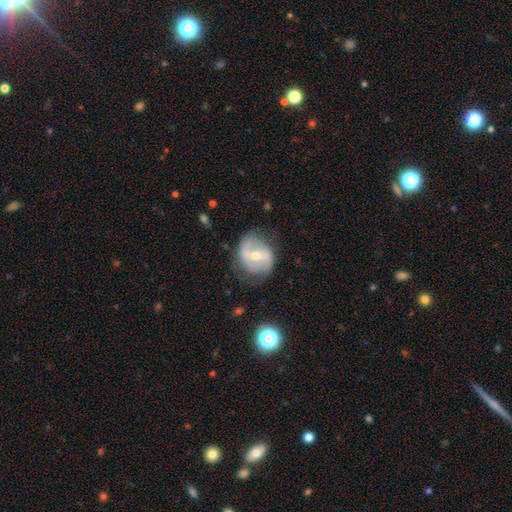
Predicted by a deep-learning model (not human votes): Smooth or featured? featured or disk (78%)
Edge-on disk? no (96%)
Bar? strong (47%)
Spiral arms? yes (82%)
Spiral winding? loose (43%)
Spiral arm count? 2 (84%)
Bulge size? moderate (52%)
Merging? none (69%)